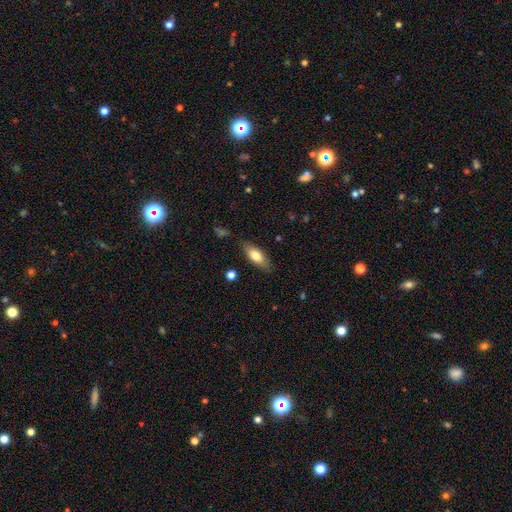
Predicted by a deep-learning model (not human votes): Smooth or featured? Predicted: smooth (p=0.75). How rounded? Predicted: in between (p=0.79). Merging? Predicted: none (p=0.81).